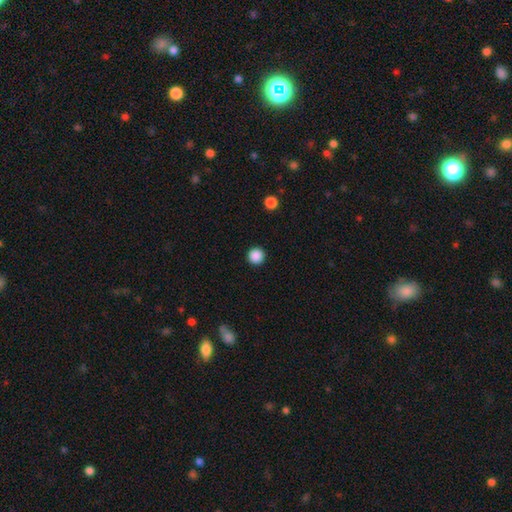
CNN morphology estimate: Smooth or featured?
  - smooth: 88% *
  - star or artifact: 10%
  - featured or disk: 2%
How rounded?
  - round: 96% *
  - in between: 3%
  - cigar-shaped: 1%
Merging?
  - none: 93% *
  - minor disturbance: 4%
  - major disturbance: 2%
  - merger: 1%